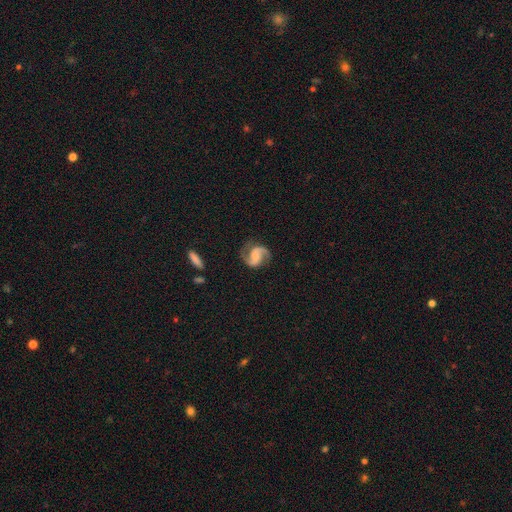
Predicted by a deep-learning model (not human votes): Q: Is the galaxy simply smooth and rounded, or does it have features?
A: featured or disk — 88%.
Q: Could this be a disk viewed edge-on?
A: no — 98%.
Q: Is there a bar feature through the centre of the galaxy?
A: no — 43%.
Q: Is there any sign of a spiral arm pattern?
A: yes — 98%.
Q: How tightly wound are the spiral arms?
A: medium — 54%.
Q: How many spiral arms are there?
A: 2 — 93%.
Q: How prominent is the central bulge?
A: small — 45%.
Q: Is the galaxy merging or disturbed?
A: none — 79%.